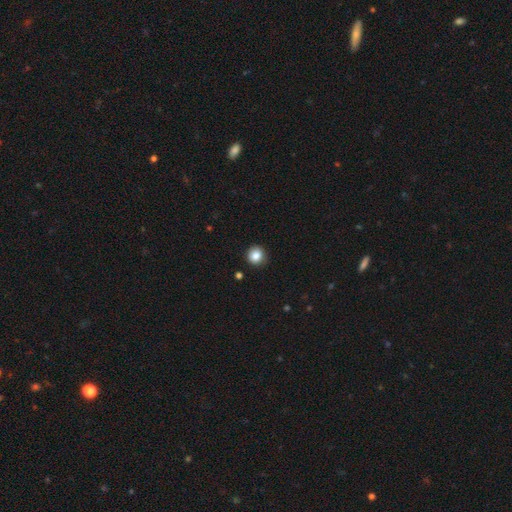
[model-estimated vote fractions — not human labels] Morphology: type=smooth (85%); roundness=round (88%); merging=none (88%).